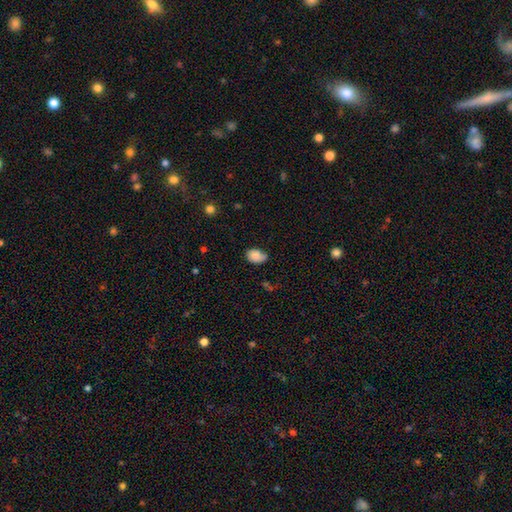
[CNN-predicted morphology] A smooth galaxy with no disk features (82%) that is in between round and cigar-shaped (83%).

Vote fractions:
- Smooth or featured? smooth: 82% / featured or disk: 10% / star or artifact: 8%
- How rounded? in between: 83% / round: 16% / cigar-shaped: 1%
- Merging? none: 58% / minor disturbance: 33% / major disturbance: 7% / merger: 2%